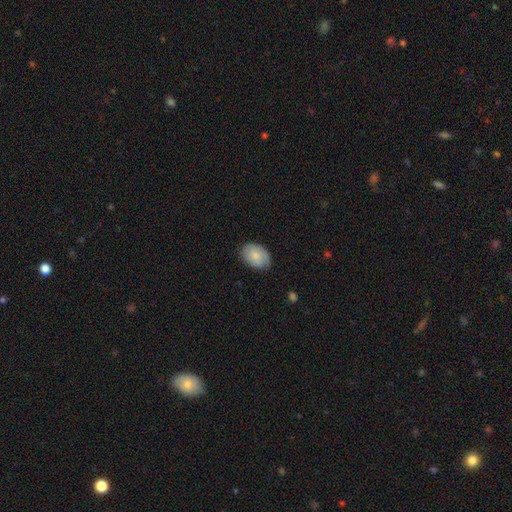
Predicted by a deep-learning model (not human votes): Smooth or featured?
  - smooth: 65% *
  - featured or disk: 28%
  - star or artifact: 7%
How rounded?
  - in between: 82% *
  - round: 17%
  - cigar-shaped: 1%
Merging?
  - none: 72% *
  - minor disturbance: 23%
  - major disturbance: 4%
  - merger: 1%